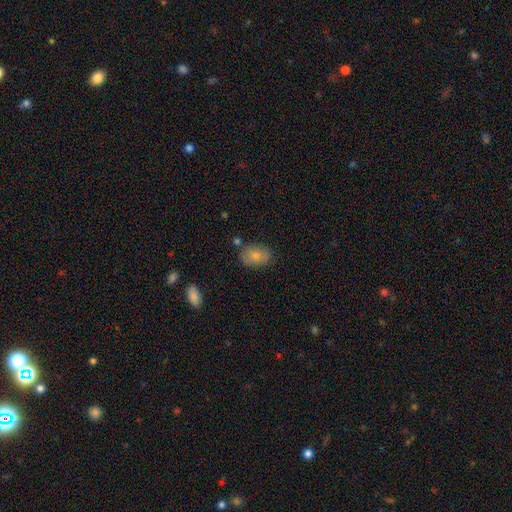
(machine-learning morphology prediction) This is likely a smooth galaxy (77%). How rounded: clearly in between (83%). Merging: likely none (73%).